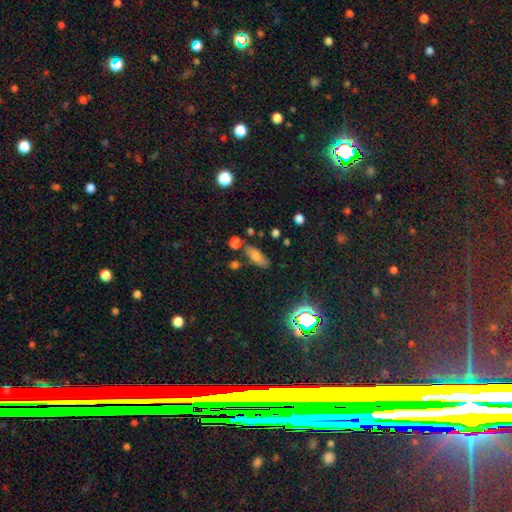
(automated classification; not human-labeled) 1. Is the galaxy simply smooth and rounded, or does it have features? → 71% smooth, 16% star or artifact, 13% featured or disk.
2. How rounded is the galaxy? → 70% in between, 26% cigar-shaped, 5% round.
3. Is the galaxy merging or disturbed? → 72% none, 15% minor disturbance, 8% merger, 5% major disturbance.